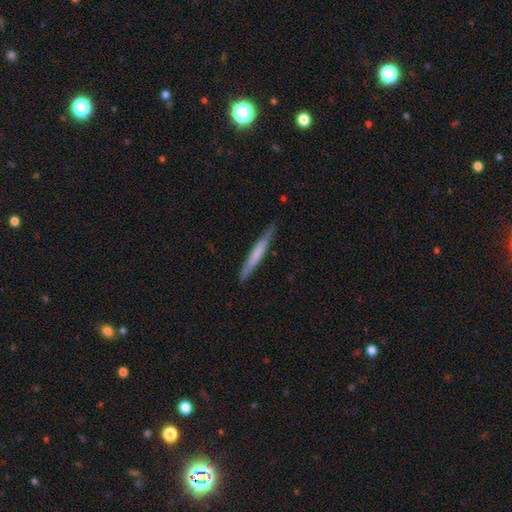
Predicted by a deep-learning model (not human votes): The model was most divided on "smooth or featured": featured or disk: 49%, smooth: 42%, star or artifact: 9%. More confident: merging — none (89%).